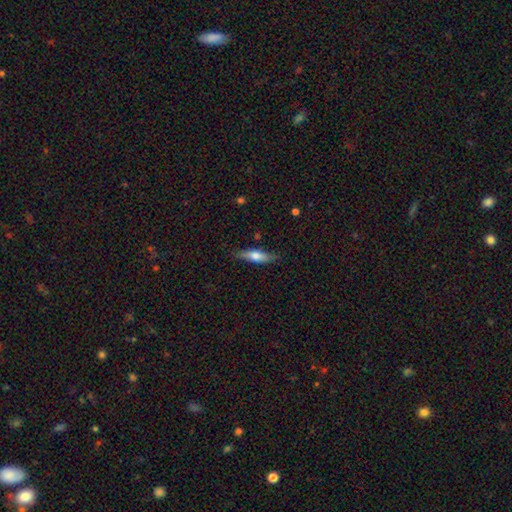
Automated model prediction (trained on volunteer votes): Smooth or featured?
  - smooth: 56% *
  - featured or disk: 38%
  - star or artifact: 6%
How rounded?
  - cigar-shaped: 63% *
  - in between: 35%
  - round: 2%
Merging?
  - none: 82% *
  - minor disturbance: 14%
  - major disturbance: 3%
  - merger: 1%